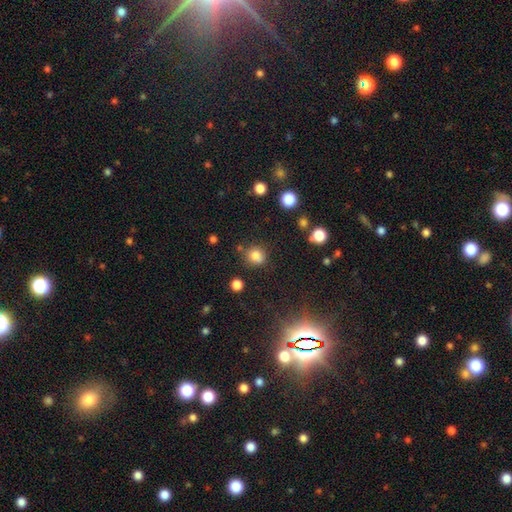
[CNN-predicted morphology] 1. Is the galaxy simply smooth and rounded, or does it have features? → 80% smooth, 14% star or artifact, 6% featured or disk.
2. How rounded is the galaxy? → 81% round, 18% in between, 1% cigar-shaped.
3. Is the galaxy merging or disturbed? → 75% none, 14% minor disturbance, 8% merger, 4% major disturbance.